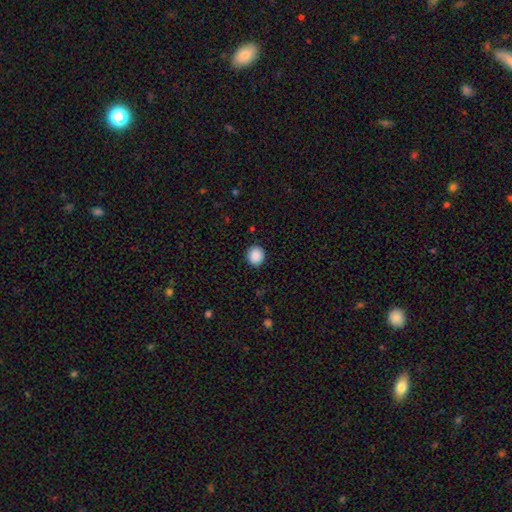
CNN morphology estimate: Smooth or featured? smooth (89%)
How rounded? round (83%)
Merging? none (91%)